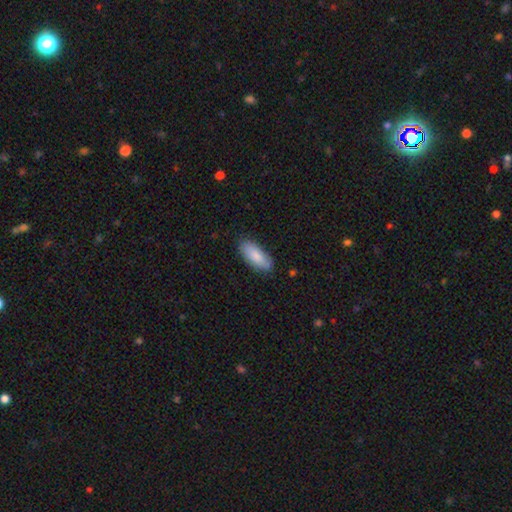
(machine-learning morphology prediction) Smooth or featured? Predicted: smooth (p=0.86). How rounded? Predicted: in between (p=0.82). Merging? Predicted: none (p=0.83).